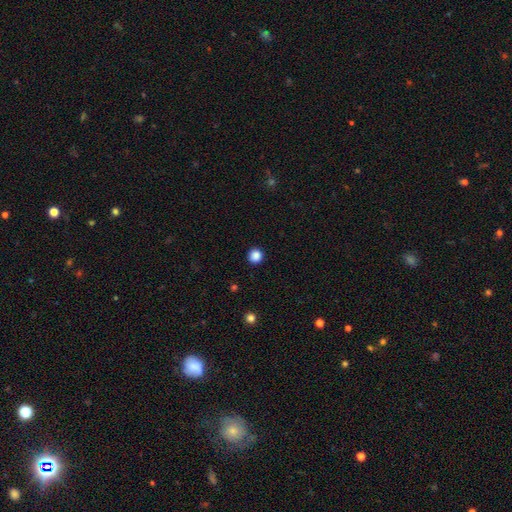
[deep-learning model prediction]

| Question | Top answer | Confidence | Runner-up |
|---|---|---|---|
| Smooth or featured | smooth | 87% | star or artifact (11%) |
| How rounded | round | 93% | in between (6%) |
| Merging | none | 93% | minor disturbance (4%) |